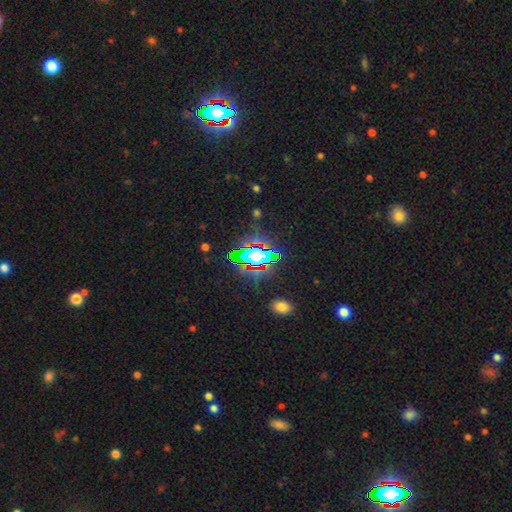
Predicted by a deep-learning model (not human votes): This is likely a star or artifact rather than a galaxy (62%).